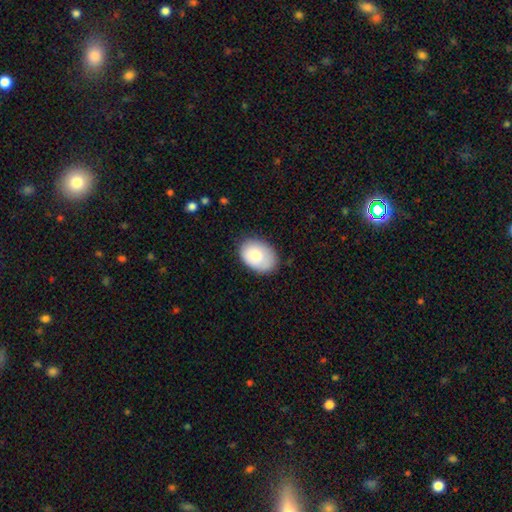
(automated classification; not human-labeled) Smooth or featured? Predicted: smooth (p=0.82). How rounded? Predicted: in between (p=0.84). Merging? Predicted: none (p=0.75).